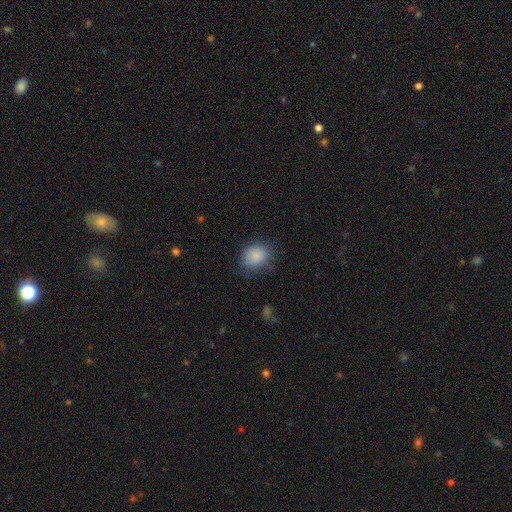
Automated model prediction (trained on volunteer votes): Smooth or featured?
  - smooth: 86% *
  - star or artifact: 8%
  - featured or disk: 6%
How rounded?
  - round: 59% *
  - in between: 40%
  - cigar-shaped: 1%
Merging?
  - none: 67% *
  - minor disturbance: 24%
  - major disturbance: 8%
  - merger: 1%